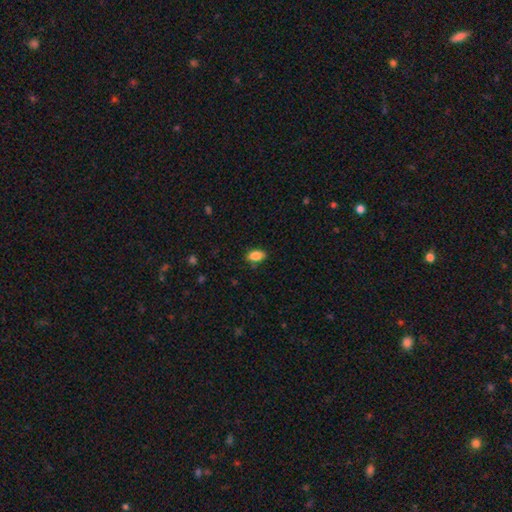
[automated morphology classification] smooth_or_featured: smooth (p=0.86) [alt: star or artifact p=0.08]
how_rounded: in between (p=0.90) [alt: round p=0.06]
merging: none (p=0.83) [alt: minor disturbance p=0.13]